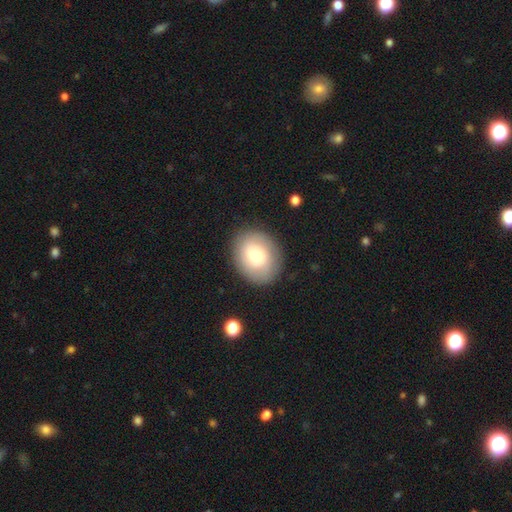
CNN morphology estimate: Smooth or featured?
  - smooth: 73% *
  - featured or disk: 19%
  - star or artifact: 8%
How rounded?
  - round: 51% *
  - in between: 48%
  - cigar-shaped: 1%
Merging?
  - none: 85% *
  - minor disturbance: 10%
  - major disturbance: 3%
  - merger: 1%